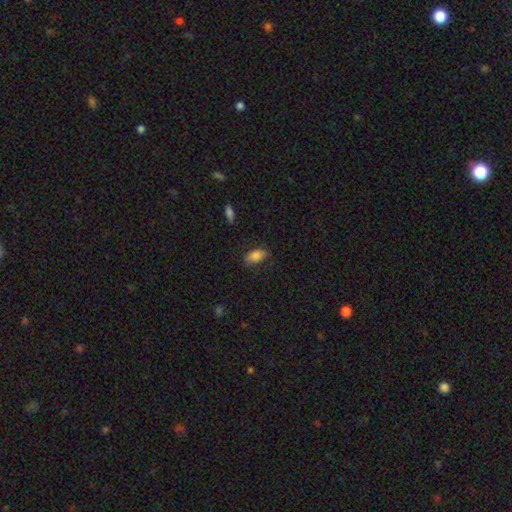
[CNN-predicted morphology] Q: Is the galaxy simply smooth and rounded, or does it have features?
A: smooth — 82%.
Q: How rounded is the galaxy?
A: in between — 90%.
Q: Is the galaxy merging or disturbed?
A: none — 75%.